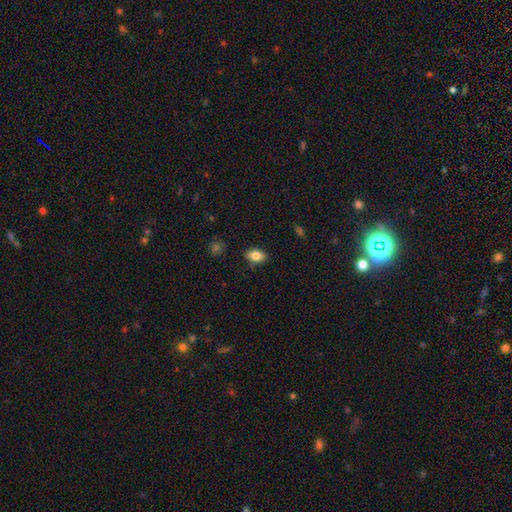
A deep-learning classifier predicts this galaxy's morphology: smooth-or-featured: smooth: 81% | featured or disk: 10% | star or artifact: 9%
  how-rounded: in between: 84% | round: 14% | cigar-shaped: 3%
  merging: none: 85% | minor disturbance: 11% | major disturbance: 2% | merger: 1%